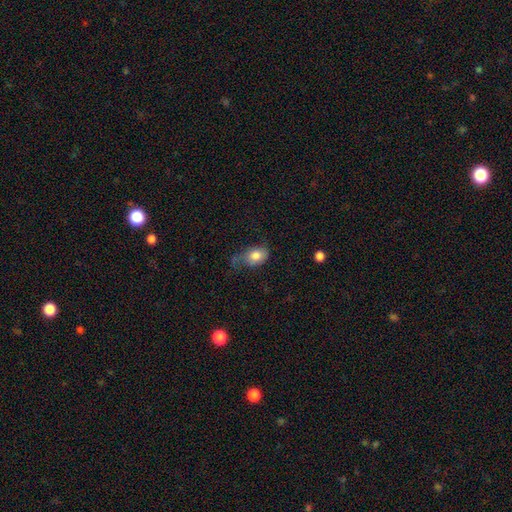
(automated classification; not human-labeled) smooth 77%, featured or disk 15%, star or artifact 8%. Down the decision tree: how rounded — in between (76%); merging — none (38%).